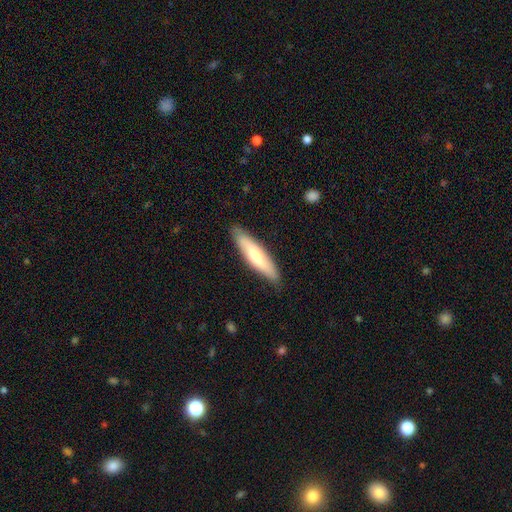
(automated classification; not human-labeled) A smooth galaxy with no disk features (64%) that is cigar-shaped (78%). Merging: none (86%).